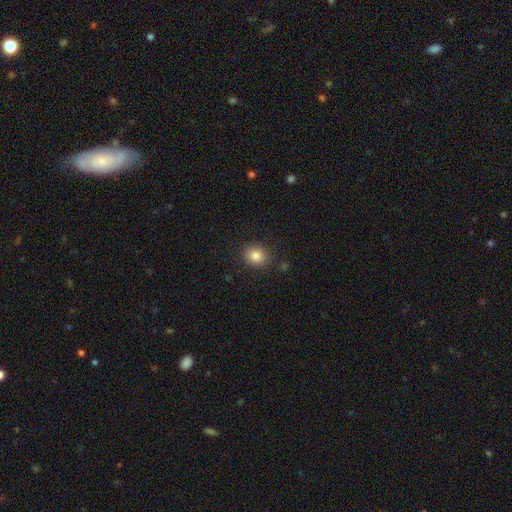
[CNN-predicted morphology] Q: Smooth or featured?
A: smooth (84%); runner-up: star or artifact (10%)
Q: How rounded?
A: round (69%); runner-up: in between (30%)
Q: Merging?
A: none (87%); runner-up: minor disturbance (9%)